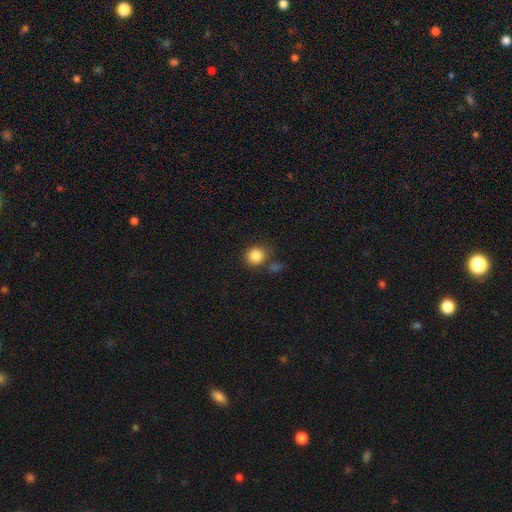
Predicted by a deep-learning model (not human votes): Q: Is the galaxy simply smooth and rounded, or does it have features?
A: smooth — 86%.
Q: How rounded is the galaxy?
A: round — 88%.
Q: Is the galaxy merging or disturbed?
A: none — 71%.